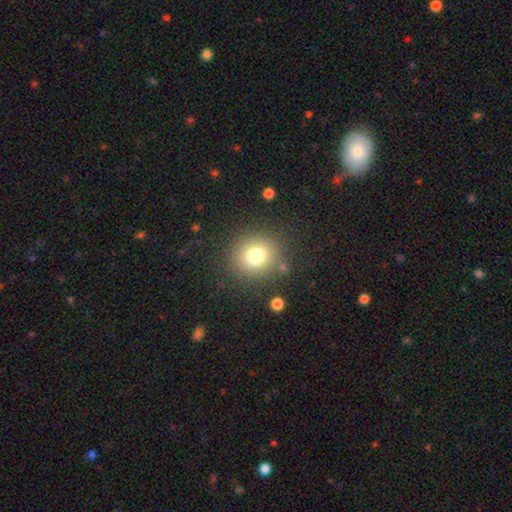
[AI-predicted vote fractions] The model was most divided on "smooth or featured": smooth: 76%, star or artifact: 14%, featured or disk: 10%. More confident: how rounded — round (89%); merging — none (84%).